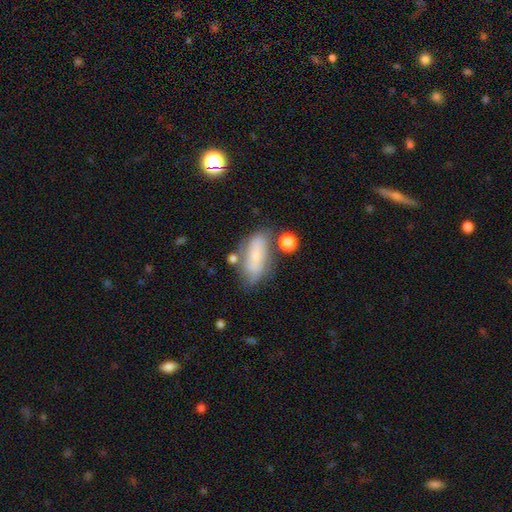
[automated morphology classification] A smooth galaxy with no disk features (59%) that is in between round and cigar-shaped (80%). Merging: none (53%).